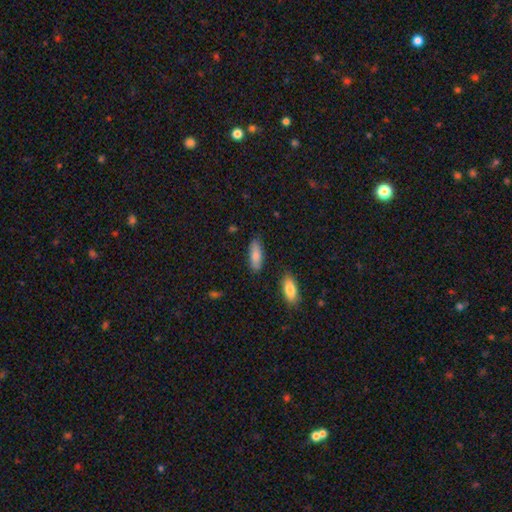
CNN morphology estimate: Smooth or featured? Predicted: smooth (p=0.84). How rounded? Predicted: in between (p=0.69). Merging? Predicted: none (p=0.82).